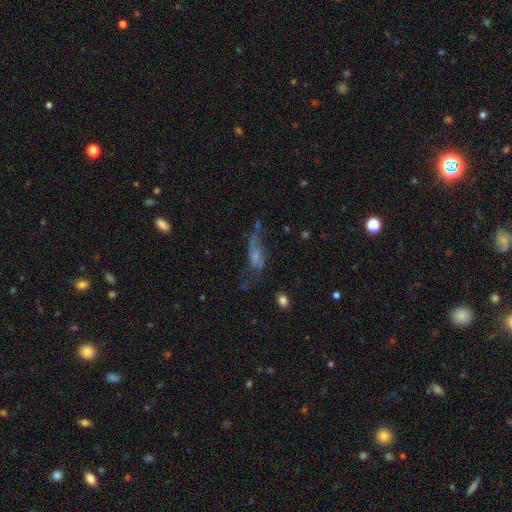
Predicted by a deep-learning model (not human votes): featured or disk 47%, smooth 38%, star or artifact 15%. Down the decision tree: merging — major disturbance (41%).